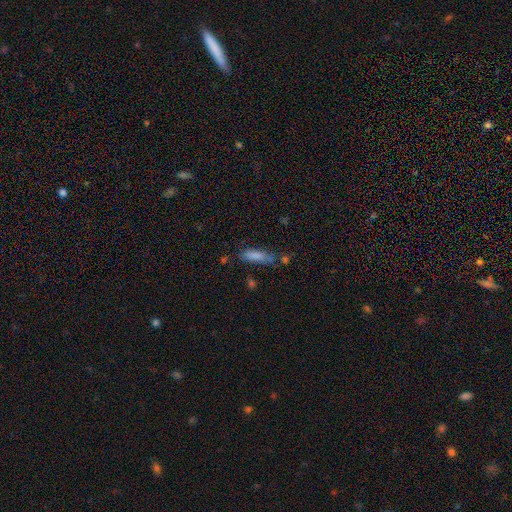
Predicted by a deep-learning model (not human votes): Smooth or featured? Predicted: smooth (p=0.80). How rounded? Predicted: cigar-shaped (p=0.58). Merging? Predicted: none (p=0.60).